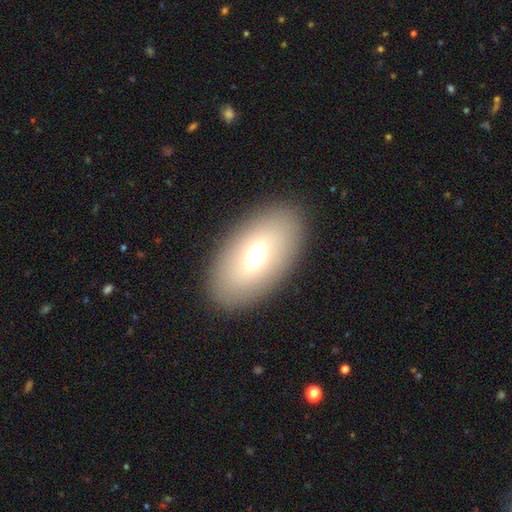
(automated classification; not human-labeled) Overall: smooth (60%; featured or disk 29%). How rounded: in between (88%). Merging: none (85%).